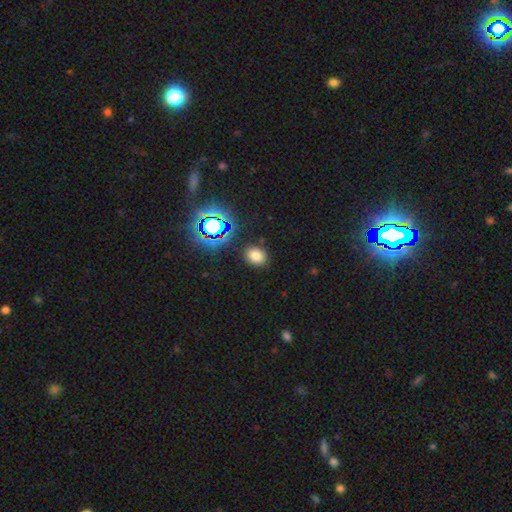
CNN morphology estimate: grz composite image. It shows a smooth galaxy with no disk features (73%) that is in between round and cigar-shaped (52%). Merging: none (87%).